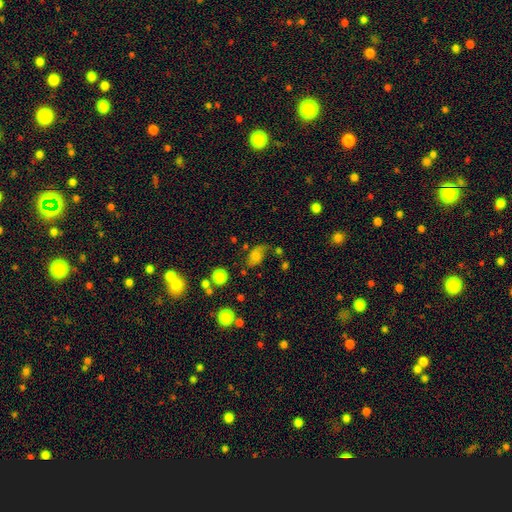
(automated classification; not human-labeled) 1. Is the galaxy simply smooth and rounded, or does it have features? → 61% smooth, 23% featured or disk, 16% star or artifact.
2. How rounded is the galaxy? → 80% in between, 17% round, 3% cigar-shaped.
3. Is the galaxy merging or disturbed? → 46% none, 28% minor disturbance, 20% major disturbance, 6% merger.